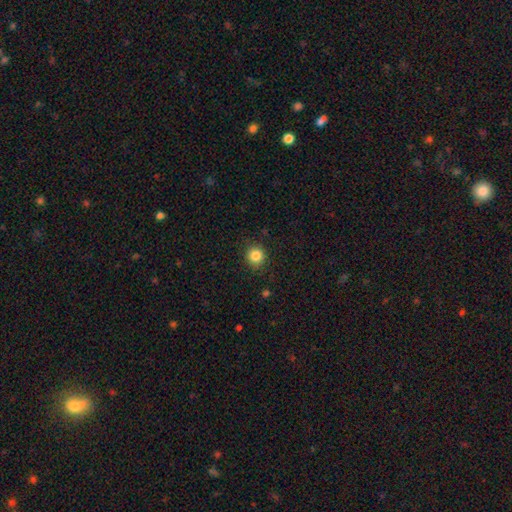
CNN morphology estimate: Q: Smooth or featured?
A: smooth (84%); runner-up: star or artifact (11%)
Q: How rounded?
A: round (91%); runner-up: in between (8%)
Q: Merging?
A: none (89%); runner-up: minor disturbance (7%)